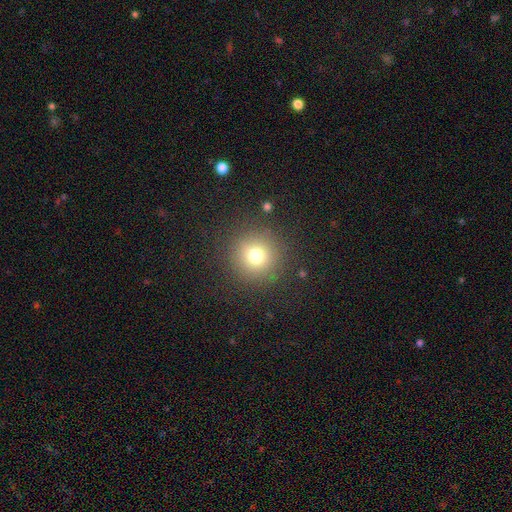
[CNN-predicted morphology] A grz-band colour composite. It shows a smooth galaxy with no disk features (73%) that is round (95%). Merging: none (88%).